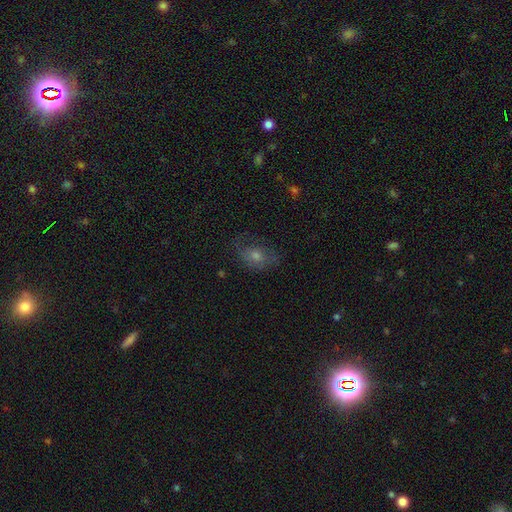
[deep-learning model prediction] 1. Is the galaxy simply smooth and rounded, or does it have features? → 47% smooth, 33% featured or disk, 20% star or artifact.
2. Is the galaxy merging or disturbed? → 61% none, 22% minor disturbance, 15% major disturbance, 2% merger.